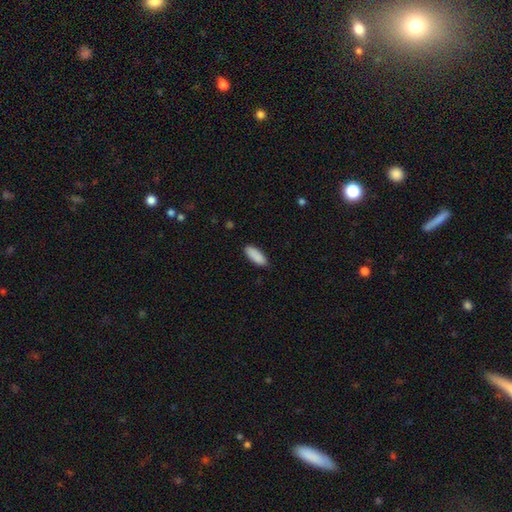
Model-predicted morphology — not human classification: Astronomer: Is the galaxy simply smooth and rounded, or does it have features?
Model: smooth — 90%.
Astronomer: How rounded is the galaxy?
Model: in between — 73%.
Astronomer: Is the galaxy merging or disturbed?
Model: none — 88%.